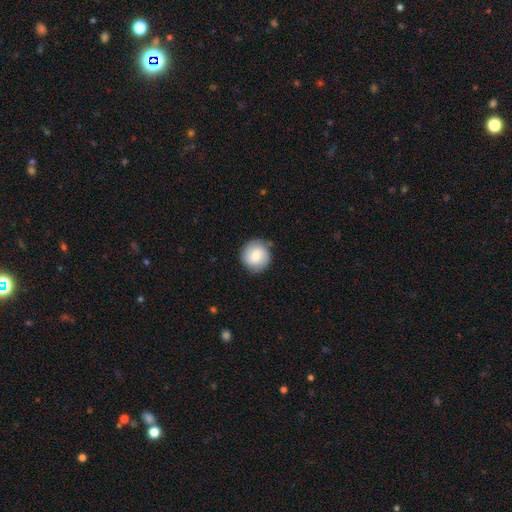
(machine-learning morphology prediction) The model was most divided on "smooth or featured": smooth: 67%, featured or disk: 27%, star or artifact: 7%. More confident: how rounded — round (92%); merging — none (84%).